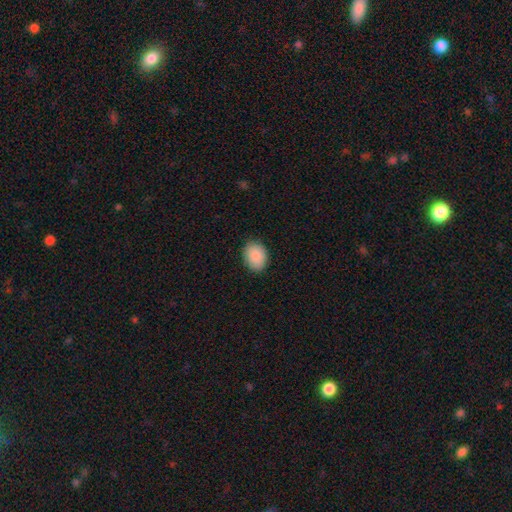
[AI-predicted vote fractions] Q: Smooth or featured?
A: smooth (89%); runner-up: star or artifact (7%)
Q: How rounded?
A: in between (66%); runner-up: round (33%)
Q: Merging?
A: none (86%); runner-up: minor disturbance (11%)